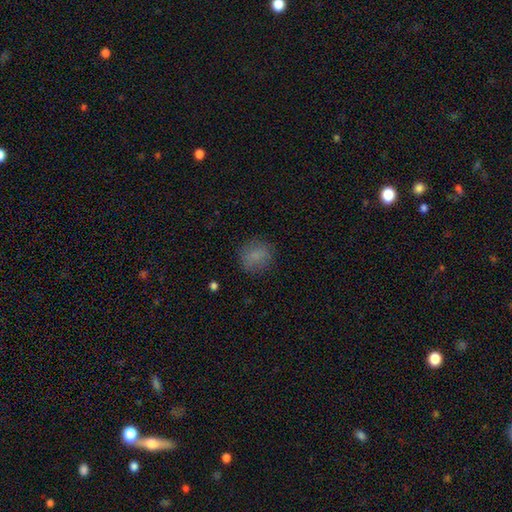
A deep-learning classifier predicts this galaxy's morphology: Smooth or featured? smooth (80%)
How rounded? round (79%)
Merging? none (80%)